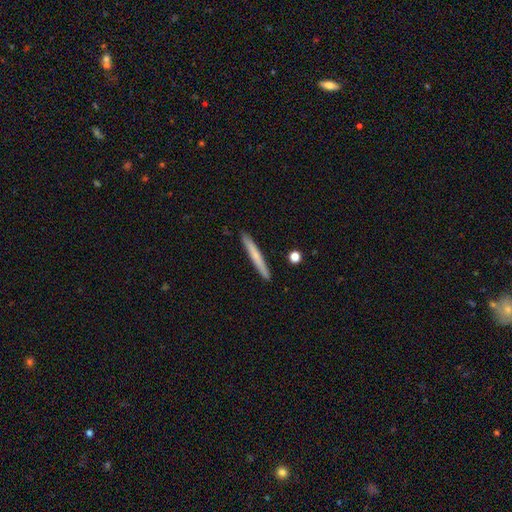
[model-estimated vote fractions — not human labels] Smooth or featured?
  - smooth: 64% *
  - featured or disk: 30%
  - star or artifact: 6%
How rounded?
  - cigar-shaped: 97% *
  - in between: 2%
  - round: 1%
Merging?
  - none: 91% *
  - minor disturbance: 6%
  - merger: 1%
  - major disturbance: 1%